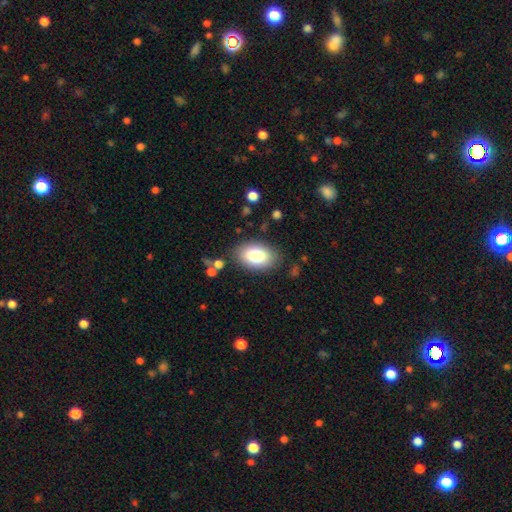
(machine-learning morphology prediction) type=smooth (80%); roundness=in between (88%); merging=none (83%).